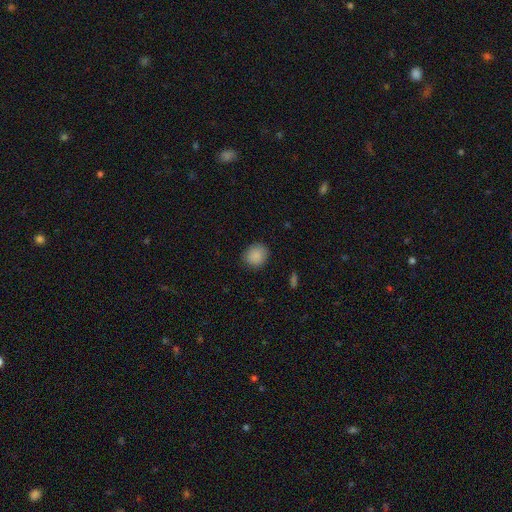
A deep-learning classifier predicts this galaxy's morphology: Smooth or featured?
  - smooth: 88% *
  - star or artifact: 8%
  - featured or disk: 4%
How rounded?
  - round: 79% *
  - in between: 20%
  - cigar-shaped: 1%
Merging?
  - none: 86% *
  - minor disturbance: 11%
  - major disturbance: 3%
  - merger: 1%